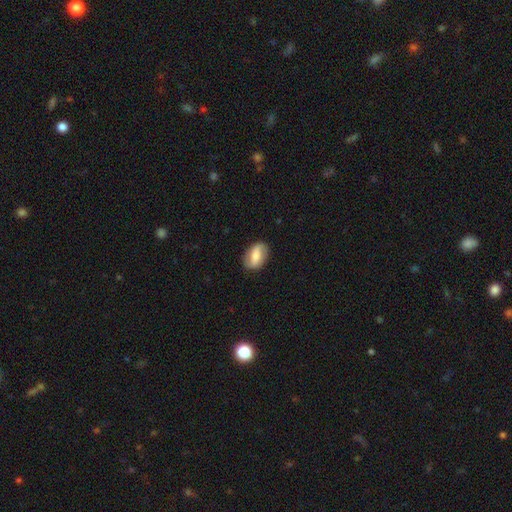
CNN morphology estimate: A featured or disk galaxy (48%). Merging: none (84%).